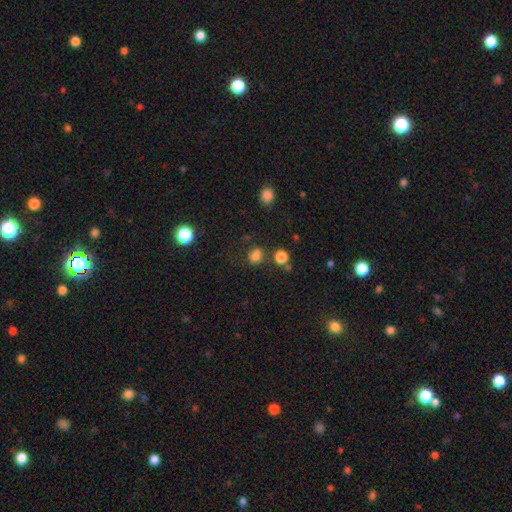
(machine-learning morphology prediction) This is likely a smooth galaxy (76%). How rounded: possibly round (60%). Merging: likely none (67%).